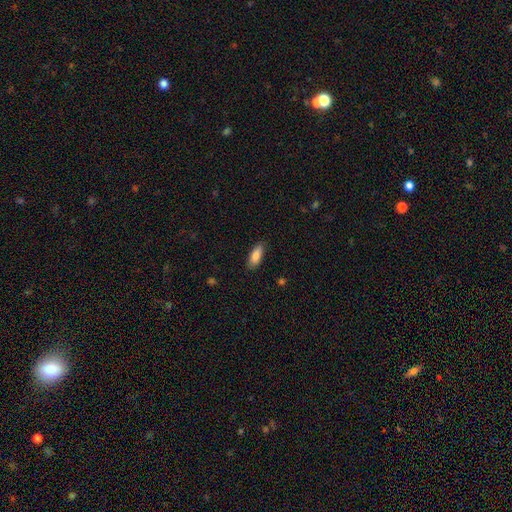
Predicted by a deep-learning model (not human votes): The model was most divided on "how rounded": in between: 75%, cigar-shaped: 23%, round: 2%. More confident: smooth or featured — smooth (86%); merging — none (85%).